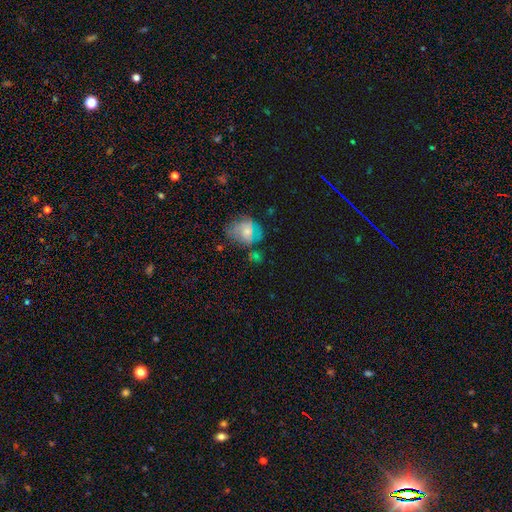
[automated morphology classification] type=smooth (43%); merging=none (50%).